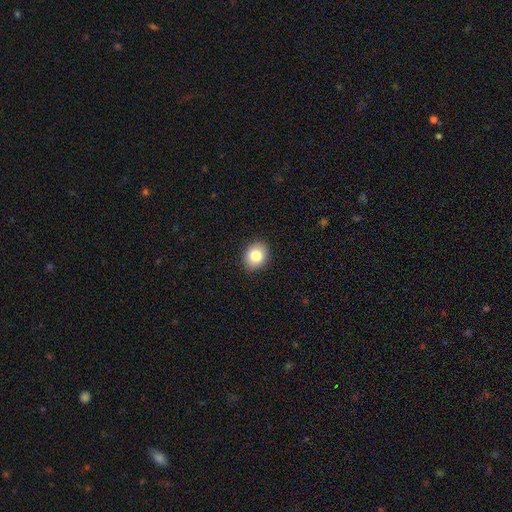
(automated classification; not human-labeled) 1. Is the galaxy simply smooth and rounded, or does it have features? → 84% smooth, 9% star or artifact, 7% featured or disk.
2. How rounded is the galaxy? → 53% round, 46% in between, 1% cigar-shaped.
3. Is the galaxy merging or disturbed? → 89% none, 8% minor disturbance, 2% major disturbance, 1% merger.